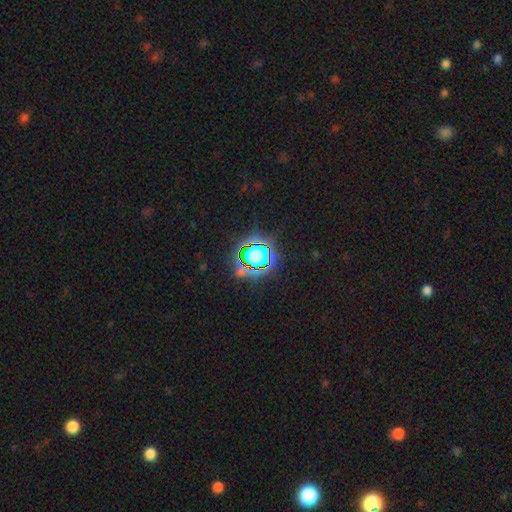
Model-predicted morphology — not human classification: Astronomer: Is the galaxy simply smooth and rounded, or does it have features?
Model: star or artifact — 62%.